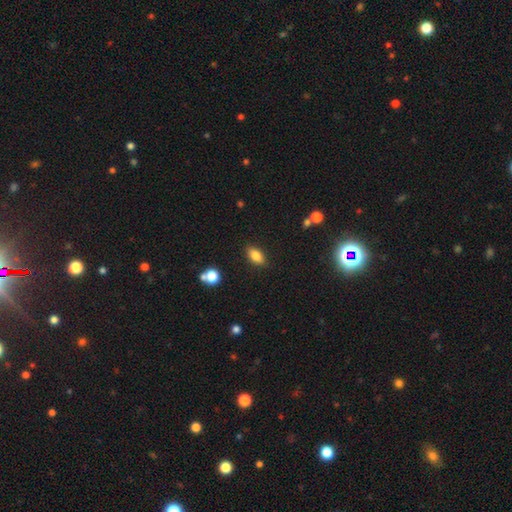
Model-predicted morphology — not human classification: This appears to be a smooth galaxy with no disk features (83%) that is in between round and cigar-shaped (88%). Merging: none (87%).